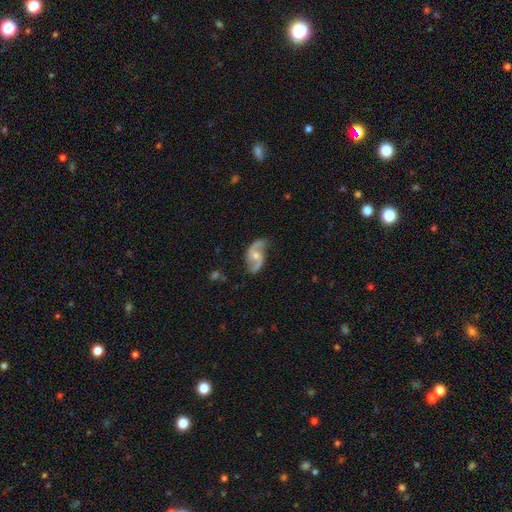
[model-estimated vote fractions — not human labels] Q: Smooth or featured?
A: featured or disk (87%); runner-up: smooth (9%)
Q: Edge-on disk?
A: no (97%); runner-up: yes (3%)
Q: Bar?
A: no (51%); runner-up: weak (39%)
Q: Spiral arms?
A: yes (96%); runner-up: no (4%)
Q: Spiral winding?
A: loose (59%); runner-up: medium (33%)
Q: Spiral arm count?
A: 2 (93%); runner-up: can't tell (2%)
Q: Bulge size?
A: moderate (57%); runner-up: small (37%)
Q: Merging?
A: none (74%); runner-up: minor disturbance (18%)